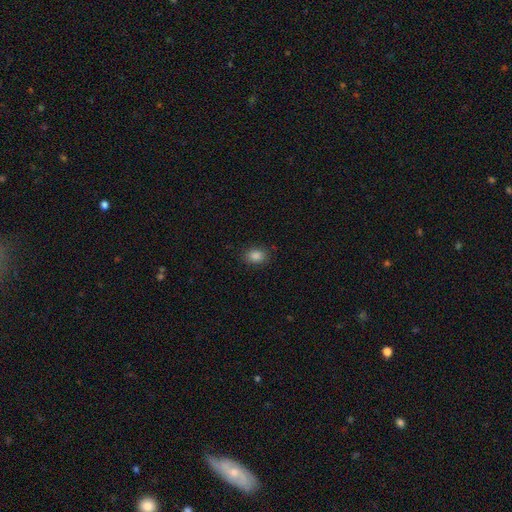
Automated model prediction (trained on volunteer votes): This appears to be a smooth galaxy with no disk features (86%) that is in between round and cigar-shaped (67%). Merging: none (87%).